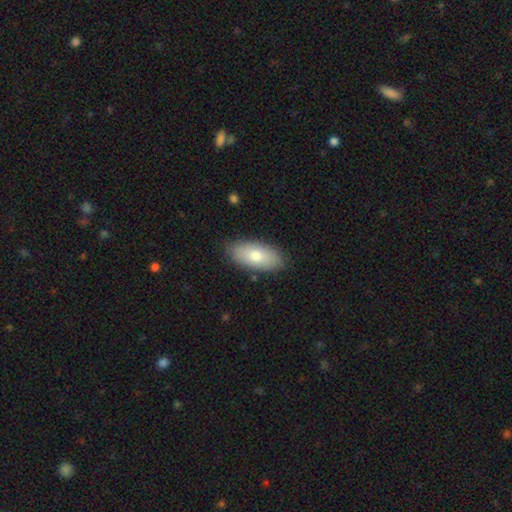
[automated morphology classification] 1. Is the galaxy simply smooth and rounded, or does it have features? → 75% smooth, 19% featured or disk, 7% star or artifact.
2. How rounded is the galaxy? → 91% in between, 6% cigar-shaped, 3% round.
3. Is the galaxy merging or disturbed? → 86% none, 11% minor disturbance, 2% major disturbance, 1% merger.